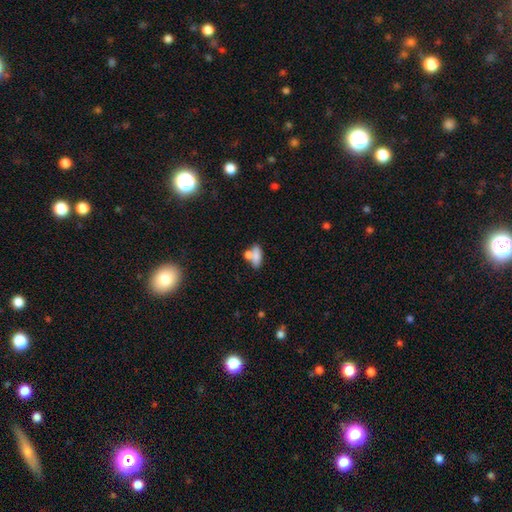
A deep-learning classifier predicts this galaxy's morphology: Smooth or featured: smooth — 73% (featured or disk — 18%)
How rounded: in between — 79% (cigar-shaped — 15%)
Merging: merger — 42% (none — 39%)